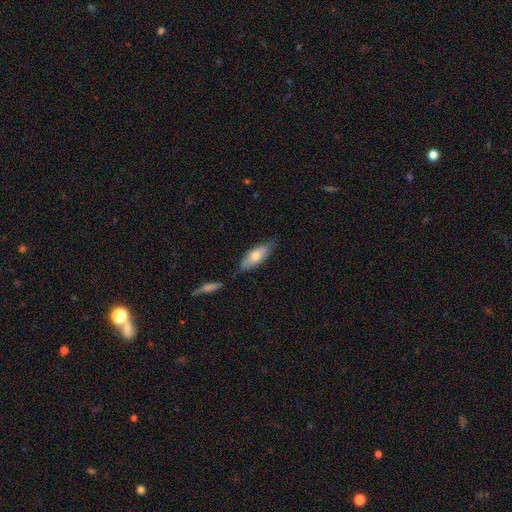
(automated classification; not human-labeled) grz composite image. It shows a smooth galaxy with no disk features (69%) that is in between round and cigar-shaped (73%). Merging: none (72%).